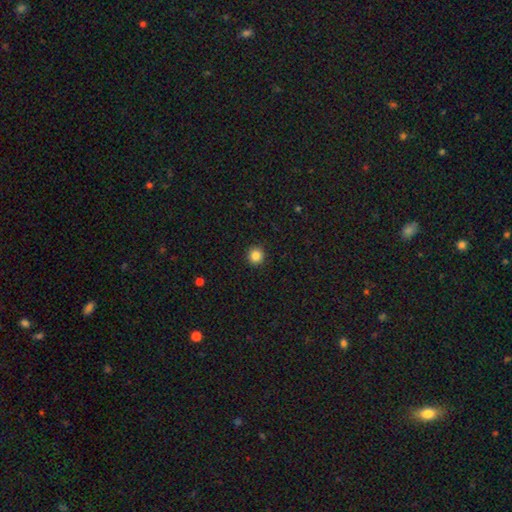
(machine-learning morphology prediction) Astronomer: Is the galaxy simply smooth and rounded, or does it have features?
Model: smooth — 86%.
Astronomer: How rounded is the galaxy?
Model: round — 95%.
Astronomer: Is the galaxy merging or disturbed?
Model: none — 93%.